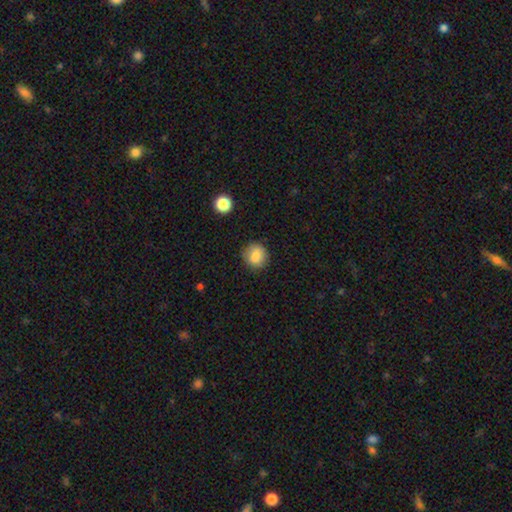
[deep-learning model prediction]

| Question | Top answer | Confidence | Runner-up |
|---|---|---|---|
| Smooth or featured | smooth | 84% | star or artifact (9%) |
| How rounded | round | 86% | in between (13%) |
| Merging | none | 86% | minor disturbance (10%) |